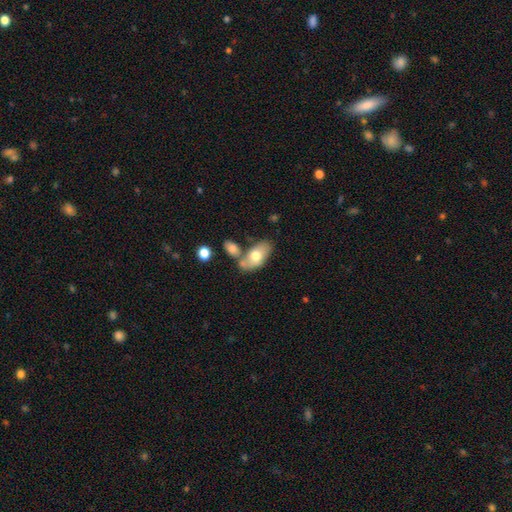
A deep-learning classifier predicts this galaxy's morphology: Q: Smooth or featured?
A: smooth (68%); runner-up: featured or disk (26%)
Q: How rounded?
A: in between (91%); runner-up: round (5%)
Q: Merging?
A: none (50%); runner-up: merger (31%)